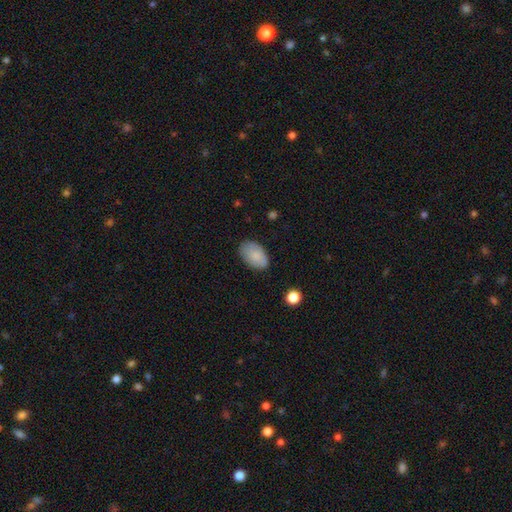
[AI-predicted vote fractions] The model was most divided on "merging": none: 79%, minor disturbance: 16%, major disturbance: 3%, merger: 1%. More confident: how rounded — in between (93%); smooth or featured — smooth (84%).